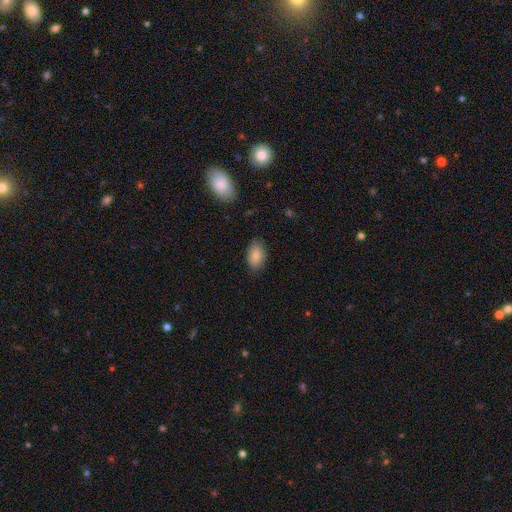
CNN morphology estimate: A smooth galaxy with no disk features (85%) that is in between round and cigar-shaped (91%).

Vote fractions:
- Smooth or featured? smooth: 85% / featured or disk: 8% / star or artifact: 7%
- How rounded? in between: 91% / round: 7% / cigar-shaped: 2%
- Merging? none: 84% / minor disturbance: 13% / major disturbance: 3% / merger: 1%